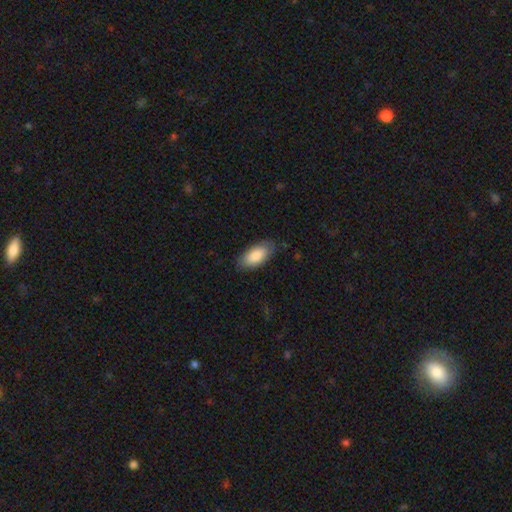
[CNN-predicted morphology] A smooth galaxy with no disk features (85%) that is in between round and cigar-shaped (92%). Merging: none (78%).